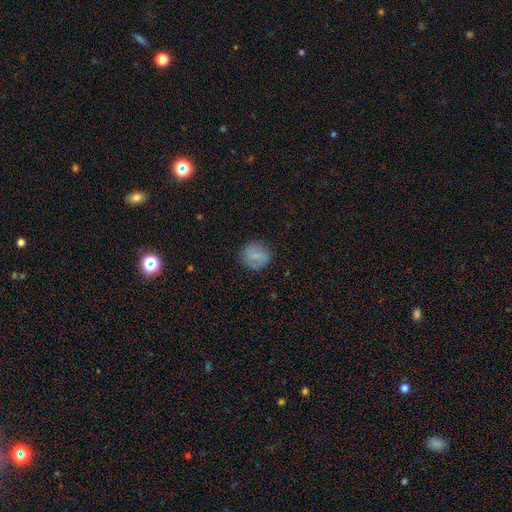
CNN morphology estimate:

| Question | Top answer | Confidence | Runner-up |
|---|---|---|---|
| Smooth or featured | smooth | 71% | featured or disk (21%) |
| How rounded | round | 86% | in between (13%) |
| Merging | none | 81% | minor disturbance (13%) |